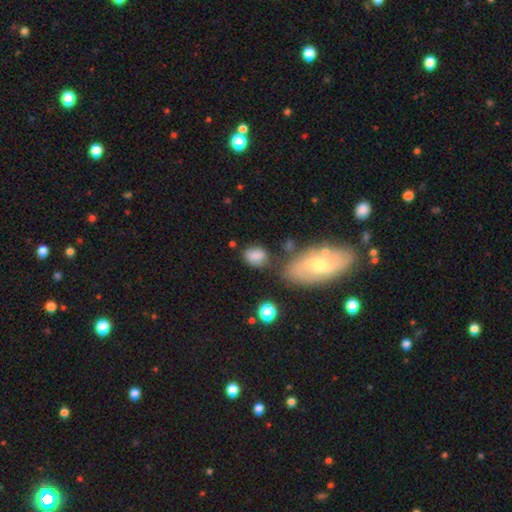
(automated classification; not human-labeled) A smooth galaxy with no disk features (78%) that is in between round and cigar-shaped (74%).

Vote fractions:
- Smooth or featured? smooth: 78% / featured or disk: 12% / star or artifact: 10%
- How rounded? in between: 74% / round: 25% / cigar-shaped: 2%
- Merging? none: 50% / minor disturbance: 23% / merger: 15% / major disturbance: 12%